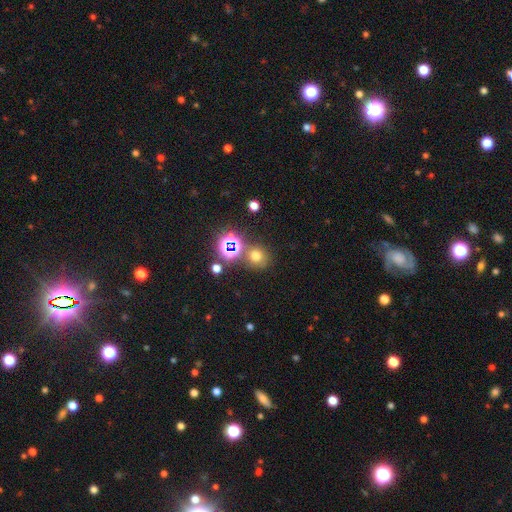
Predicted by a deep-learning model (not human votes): This is possibly a smooth galaxy (60%). How rounded: clearly round (84%). Merging: likely none (72%).